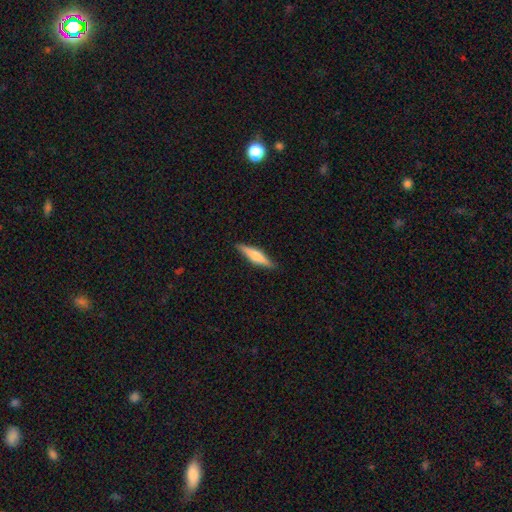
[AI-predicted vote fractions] Smooth or featured: smooth — 52% (featured or disk — 42%)
How rounded: cigar-shaped — 81% (in between — 17%)
Merging: none — 89% (minor disturbance — 8%)